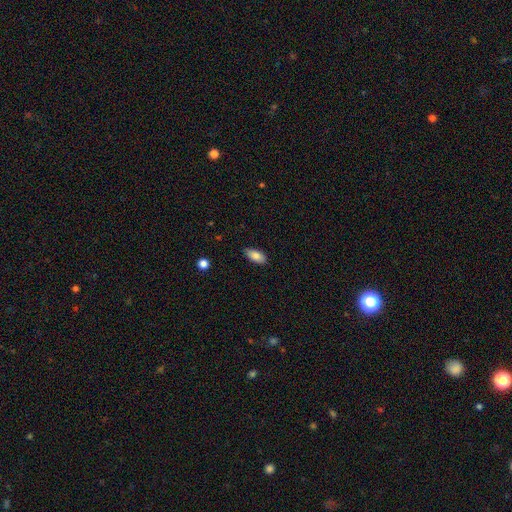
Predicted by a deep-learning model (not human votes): Smooth or featured? Predicted: smooth (p=0.83). How rounded? Predicted: in between (p=0.89). Merging? Predicted: none (p=0.83).